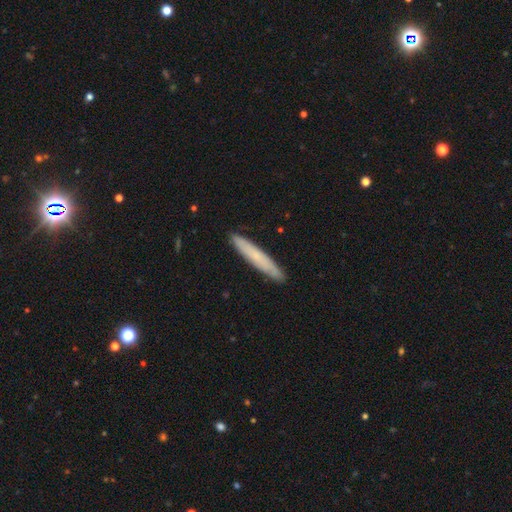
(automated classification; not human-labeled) Overall: smooth (64%; featured or disk 30%). How rounded: cigar-shaped (94%). Merging: none (89%).